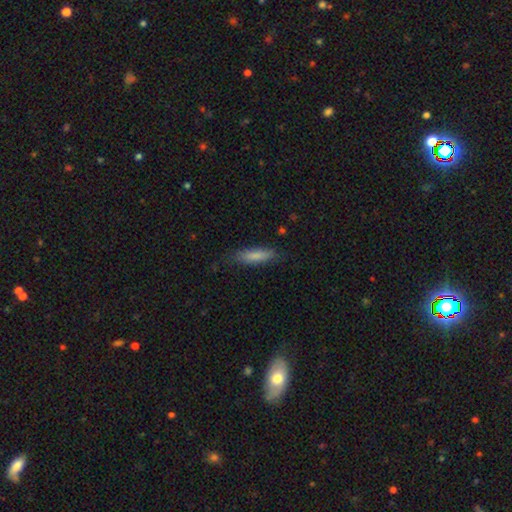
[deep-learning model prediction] A smooth galaxy with no disk features (80%) that is cigar-shaped (65%). Merging: none (78%).